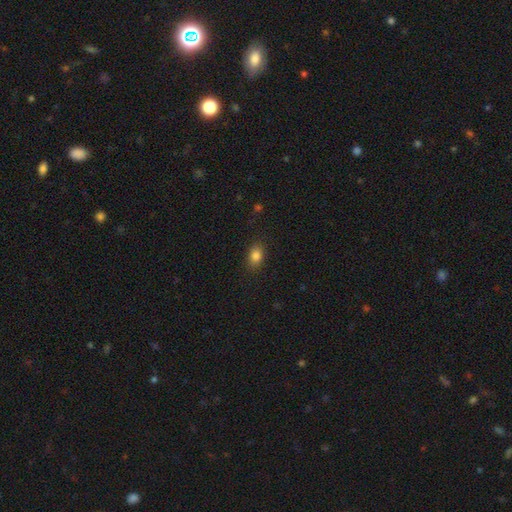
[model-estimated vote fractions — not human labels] Overall: smooth (84%). How rounded: in between (79%). Merging: none (87%).